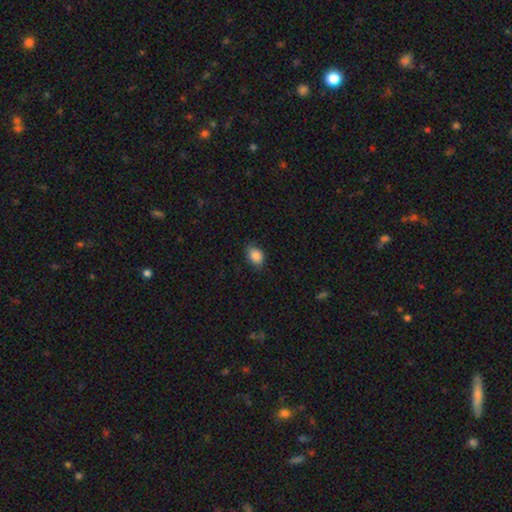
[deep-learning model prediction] smooth 87%, star or artifact 9%, featured or disk 4%. Down the decision tree: how rounded — in between (71%); merging — none (78%).